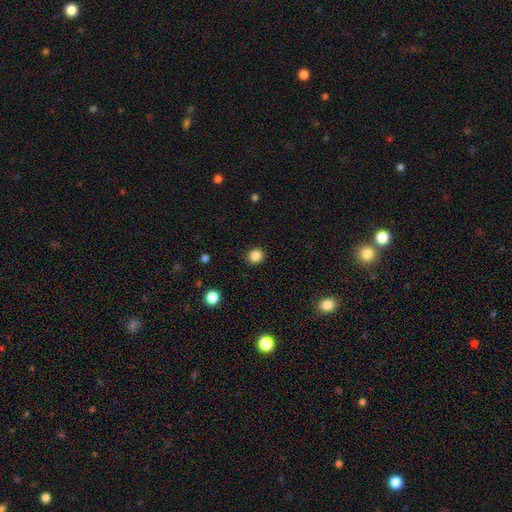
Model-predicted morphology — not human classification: smooth 85%, star or artifact 11%, featured or disk 4%. Down the decision tree: how rounded — round (87%); merging — none (91%).